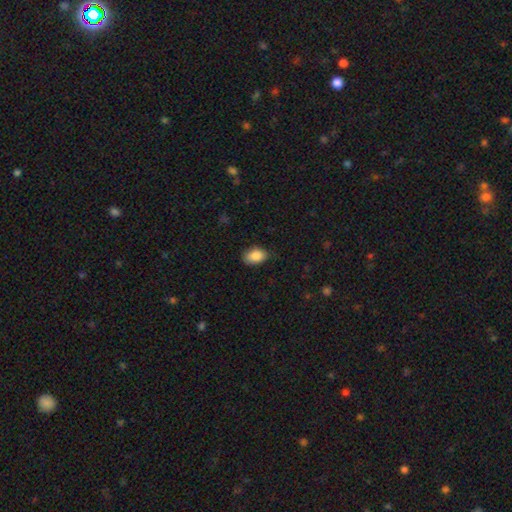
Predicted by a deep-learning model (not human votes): A smooth galaxy with no disk features (88%) that is in between round and cigar-shaped (88%). Merging: none (78%).